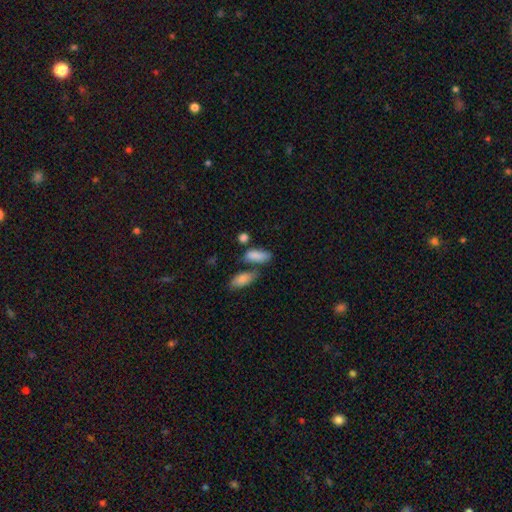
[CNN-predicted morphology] Smooth or featured?
  - smooth: 84% *
  - featured or disk: 8%
  - star or artifact: 8%
How rounded?
  - in between: 78% *
  - cigar-shaped: 18%
  - round: 4%
Merging?
  - none: 48% *
  - merger: 27%
  - minor disturbance: 18%
  - major disturbance: 7%